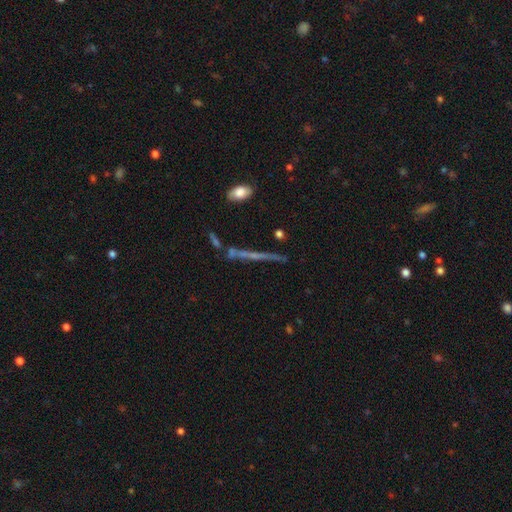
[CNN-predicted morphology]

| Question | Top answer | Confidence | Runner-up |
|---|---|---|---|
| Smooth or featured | featured or disk | 58% | smooth (27%) |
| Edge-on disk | yes | 92% | no (8%) |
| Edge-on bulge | none | 70% | rounded (22%) |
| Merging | none | 74% | minor disturbance (13%) |